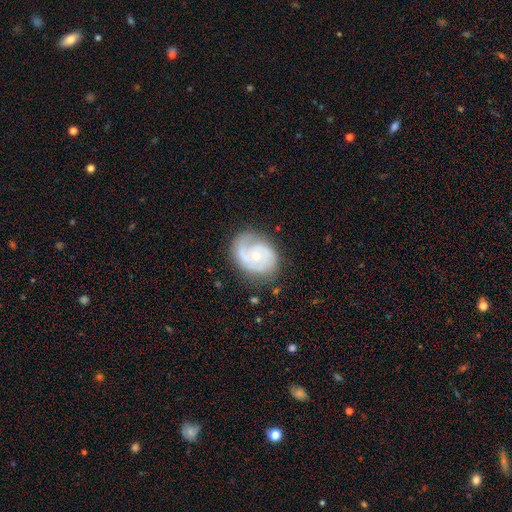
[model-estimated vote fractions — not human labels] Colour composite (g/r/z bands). It shows a featured or disk galaxy (82%) with no bar (70%), 2 (60%) tight (56%) spiral arms (94%) and a small central bulge (57%). Merging: none (73%).